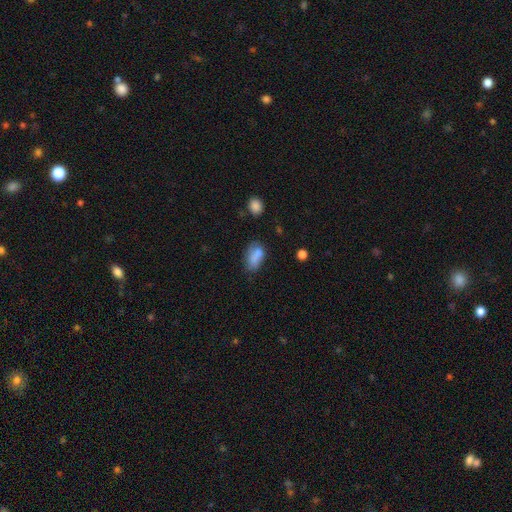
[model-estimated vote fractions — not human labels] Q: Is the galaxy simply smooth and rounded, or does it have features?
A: smooth — 81%.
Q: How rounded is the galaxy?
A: in between — 90%.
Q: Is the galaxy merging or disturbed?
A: none — 54%.